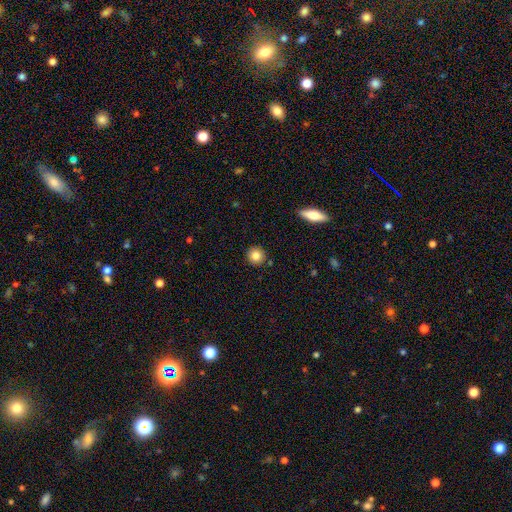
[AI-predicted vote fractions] Morphology: type=smooth (83%); roundness=round (93%); merging=none (90%).